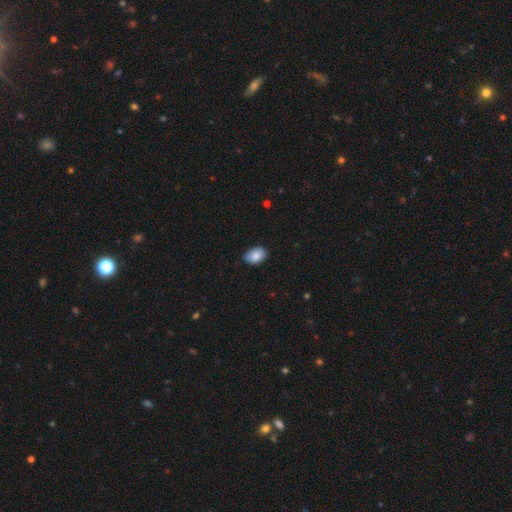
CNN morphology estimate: Q: Smooth or featured?
A: smooth (86%); runner-up: star or artifact (7%)
Q: How rounded?
A: in between (89%); runner-up: round (10%)
Q: Merging?
A: none (81%); runner-up: minor disturbance (16%)